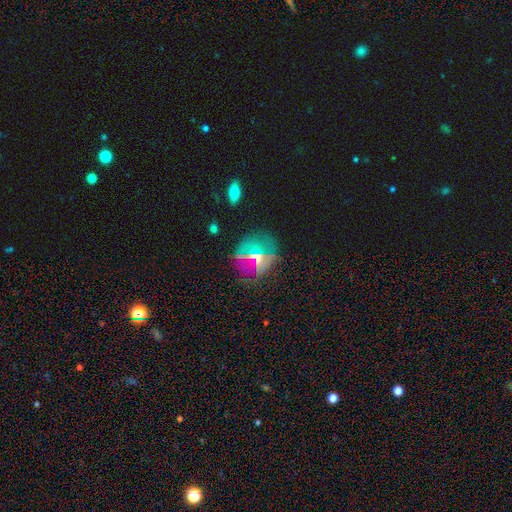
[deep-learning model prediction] smooth-or-featured: smooth: 43% | star or artifact: 35% | featured or disk: 23%
  merging: none: 76% | minor disturbance: 12% | major disturbance: 6% | merger: 5%